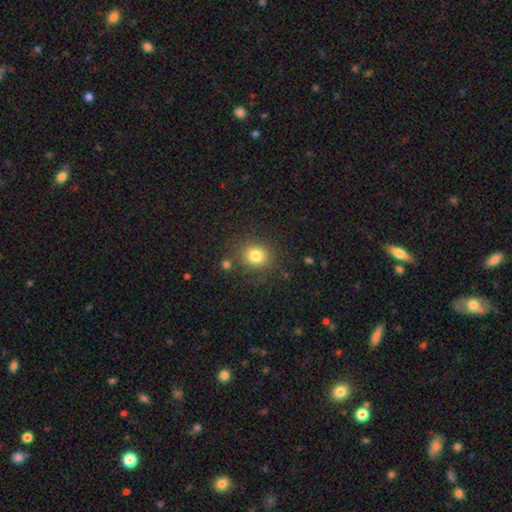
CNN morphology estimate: smooth-or-featured: smooth: 81% | star or artifact: 12% | featured or disk: 7%
  how-rounded: round: 79% | in between: 20% | cigar-shaped: 1%
  merging: none: 81% | minor disturbance: 10% | merger: 4% | major disturbance: 4%